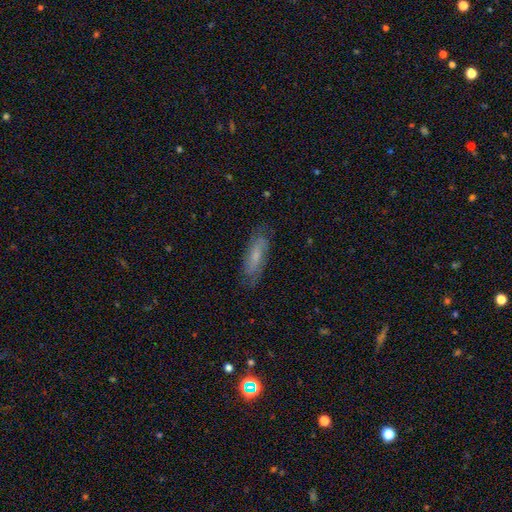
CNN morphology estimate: Overall: featured or disk (49%; smooth 43%). Merging: none (78%).